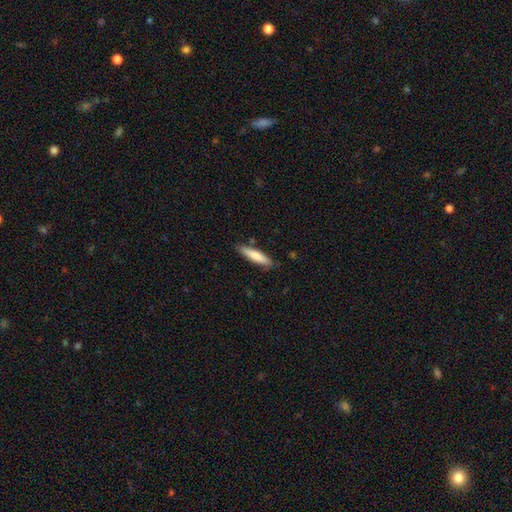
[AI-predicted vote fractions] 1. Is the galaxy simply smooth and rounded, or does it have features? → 78% smooth, 16% featured or disk, 5% star or artifact.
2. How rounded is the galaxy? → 81% cigar-shaped, 18% in between, 1% round.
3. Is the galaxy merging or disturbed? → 83% none, 12% minor disturbance, 2% merger, 2% major disturbance.